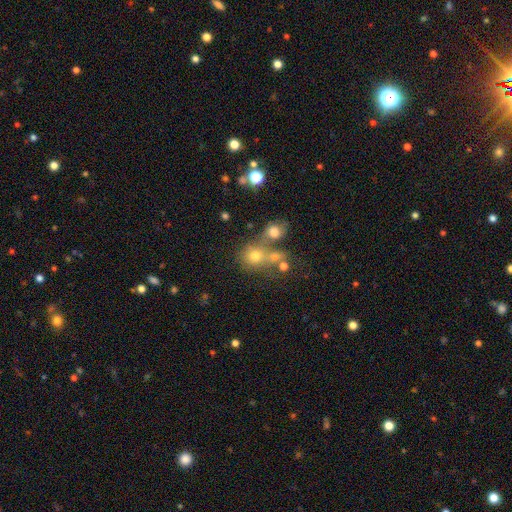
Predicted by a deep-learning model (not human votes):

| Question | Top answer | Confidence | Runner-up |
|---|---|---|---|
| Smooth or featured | smooth | 66% | star or artifact (18%) |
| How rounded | round | 75% | in between (23%) |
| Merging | none | 41% | merger (40%) |